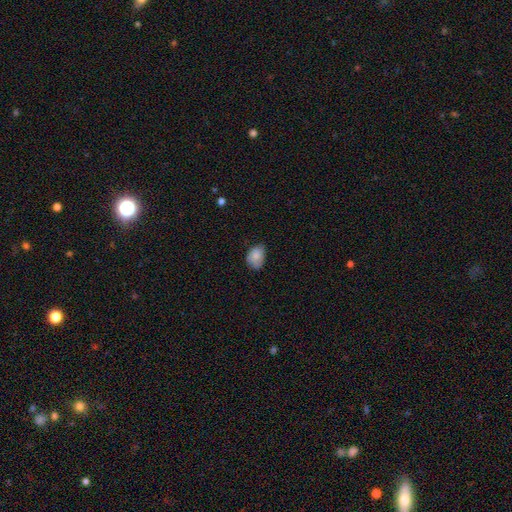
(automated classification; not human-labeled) Overall: smooth (80%). How rounded: in between (75%). Merging: none (60%; minor disturbance 32%).